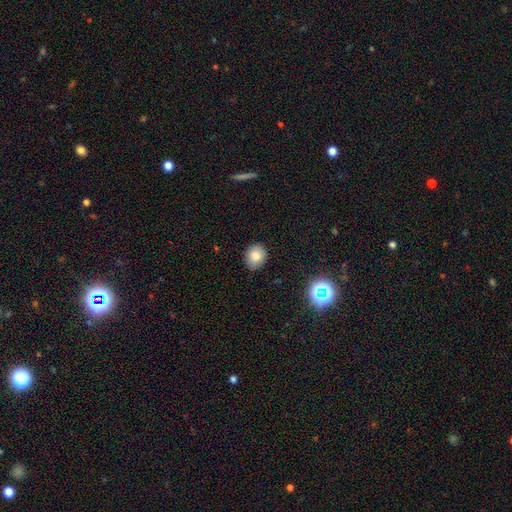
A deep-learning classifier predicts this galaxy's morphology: The model was most divided on "how rounded": round: 60%, in between: 39%, cigar-shaped: 1%. More confident: merging — none (87%); smooth or featured — smooth (80%).